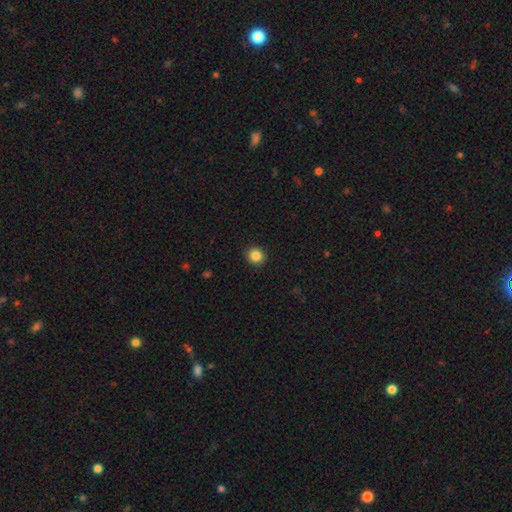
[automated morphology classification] A smooth galaxy with no disk features (86%) that is round (87%). Merging: none (92%).